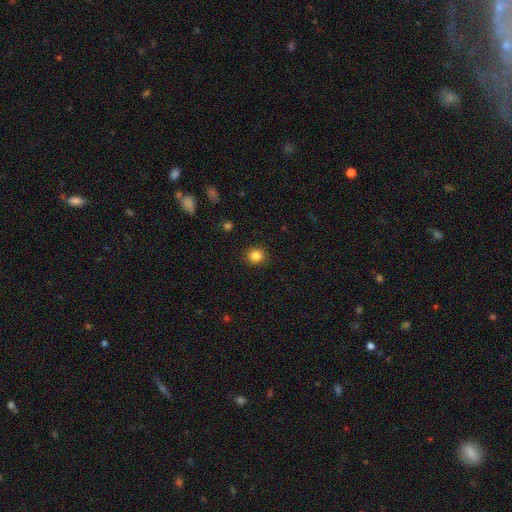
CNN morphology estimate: The model was most divided on "smooth or featured": smooth: 84%, star or artifact: 11%, featured or disk: 4%. More confident: merging — none (91%); how rounded — round (87%).